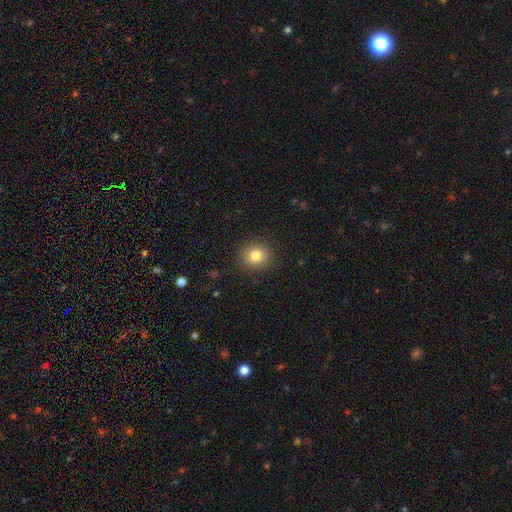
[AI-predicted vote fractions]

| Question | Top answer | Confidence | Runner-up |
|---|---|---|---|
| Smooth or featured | smooth | 82% | star or artifact (11%) |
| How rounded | round | 83% | in between (16%) |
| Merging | none | 90% | minor disturbance (7%) |